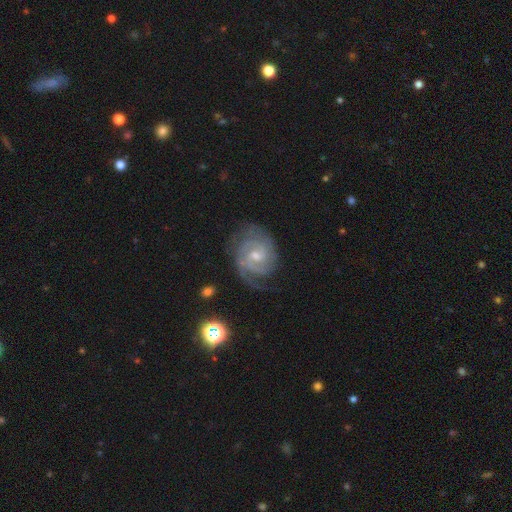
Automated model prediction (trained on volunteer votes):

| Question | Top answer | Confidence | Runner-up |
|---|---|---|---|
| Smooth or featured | featured or disk | 89% | smooth (5%) |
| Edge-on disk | no | 98% | yes (2%) |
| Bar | weak | 47% | no (42%) |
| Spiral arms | yes | 98% | no (2%) |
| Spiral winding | tight | 70% | medium (26%) |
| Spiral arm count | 2 | 43% | 3 (24%) |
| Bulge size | small | 50% | moderate (46%) |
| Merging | none | 74% | minor disturbance (18%) |